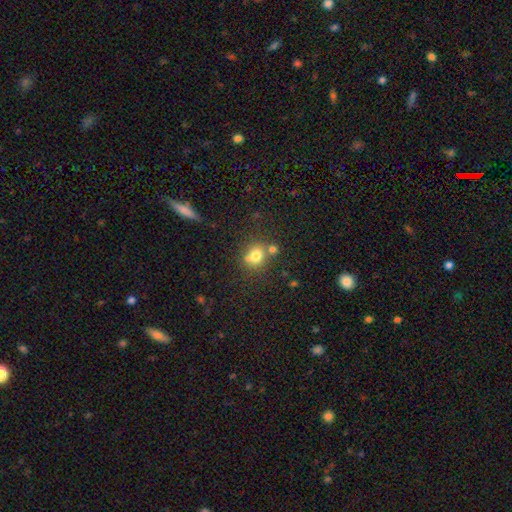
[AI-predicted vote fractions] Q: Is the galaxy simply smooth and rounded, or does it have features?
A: smooth — 75%.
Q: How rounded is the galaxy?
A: round — 76%.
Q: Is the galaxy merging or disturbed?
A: none — 57%.